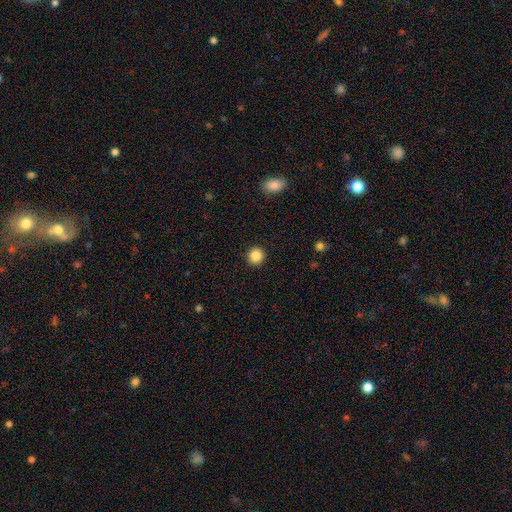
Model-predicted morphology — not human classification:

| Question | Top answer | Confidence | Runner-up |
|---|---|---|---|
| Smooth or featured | smooth | 86% | star or artifact (10%) |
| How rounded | round | 94% | in between (5%) |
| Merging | none | 93% | minor disturbance (5%) |